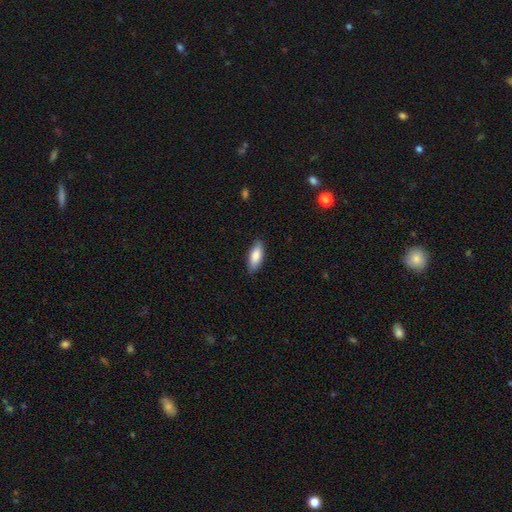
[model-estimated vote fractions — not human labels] A smooth galaxy with no disk features (85%) that is in between round and cigar-shaped (76%). Merging: none (87%).